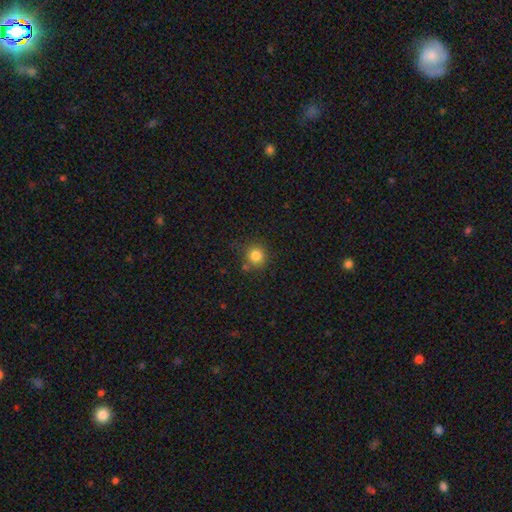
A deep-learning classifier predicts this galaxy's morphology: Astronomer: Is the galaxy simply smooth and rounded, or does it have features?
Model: smooth — 83%.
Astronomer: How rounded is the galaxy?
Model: round — 92%.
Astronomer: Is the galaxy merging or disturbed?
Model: none — 78%.